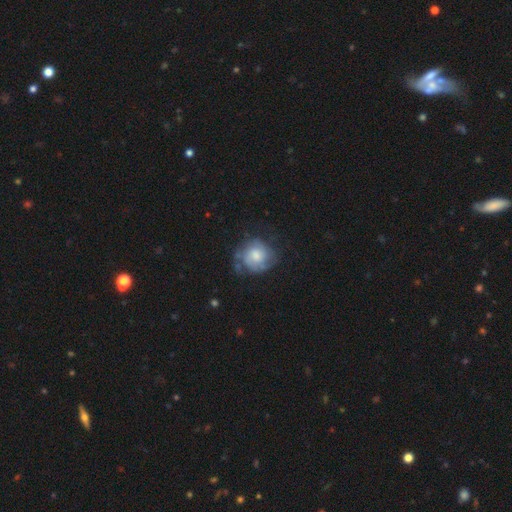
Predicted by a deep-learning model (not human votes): Overall: featured or disk (48%; smooth 44%). Merging: none (54%; minor disturbance 26%).